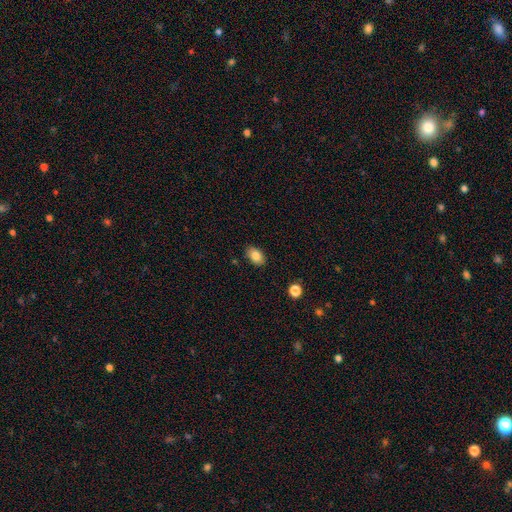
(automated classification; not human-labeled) This appears to be a smooth galaxy with no disk features (84%) that is in between round and cigar-shaped (87%). Merging: none (85%).